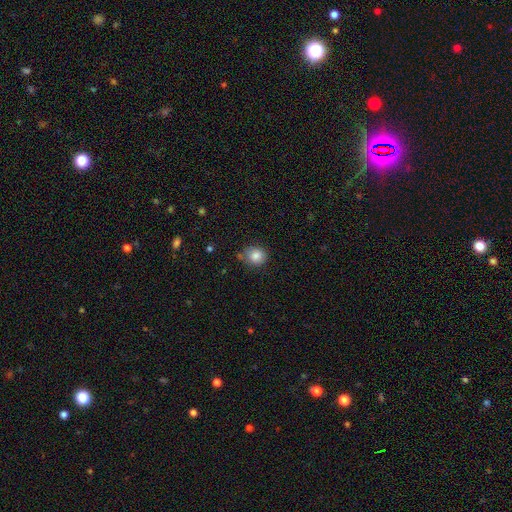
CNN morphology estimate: The model was most divided on "merging": none: 71%, minor disturbance: 20%, merger: 5%, major disturbance: 4%. More confident: smooth or featured — smooth (84%); how rounded — round (80%).